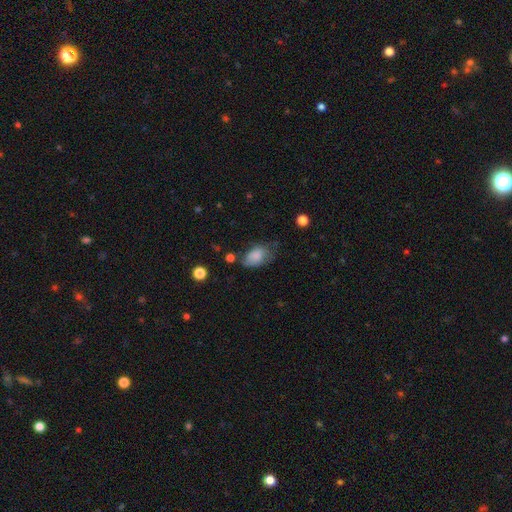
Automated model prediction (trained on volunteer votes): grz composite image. It shows a smooth galaxy with no disk features (80%) that is in between round and cigar-shaped (89%). Merging: none (42%).